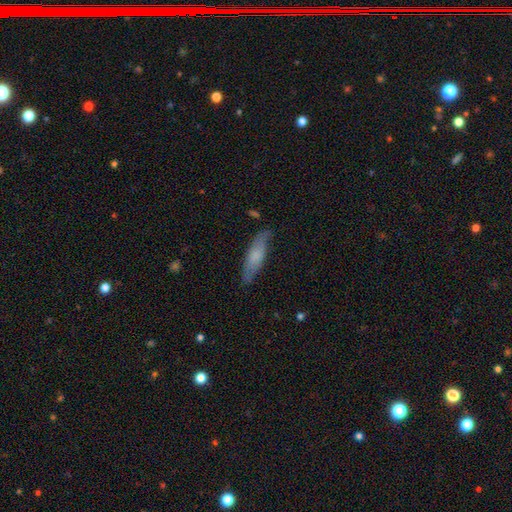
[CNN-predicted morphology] type=smooth (66%); roundness=cigar-shaped (64%); merging=none (77%).